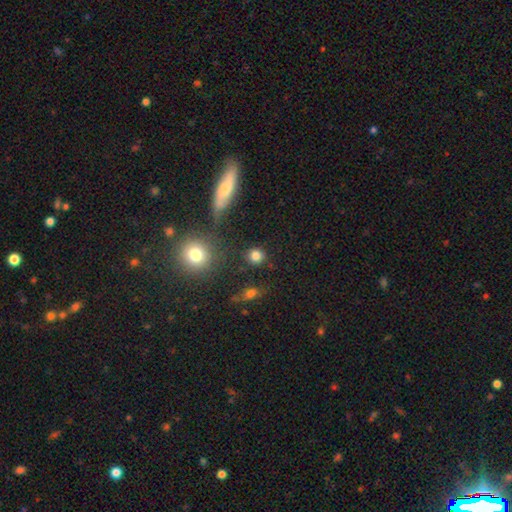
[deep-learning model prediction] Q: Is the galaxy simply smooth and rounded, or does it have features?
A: smooth — 81%.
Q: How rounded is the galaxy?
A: round — 88%.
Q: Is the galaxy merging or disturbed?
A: none — 83%.